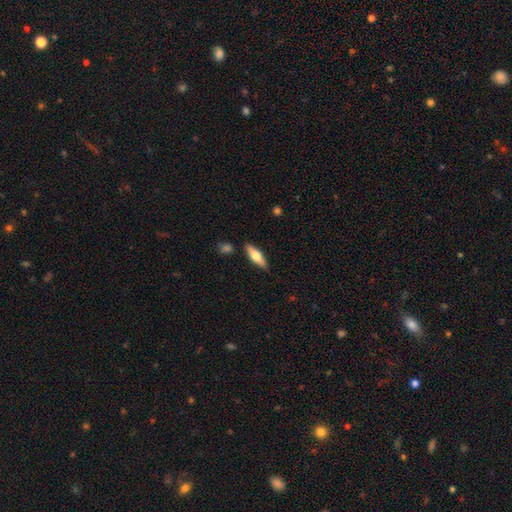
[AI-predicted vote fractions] Smooth or featured? Predicted: smooth (p=0.55). How rounded? Predicted: in between (p=0.51). Merging? Predicted: none (p=0.86).